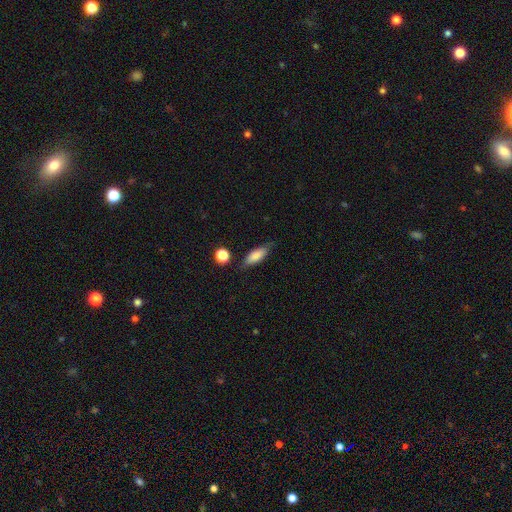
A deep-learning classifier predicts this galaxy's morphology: A smooth galaxy with no disk features (77%) that is in between round and cigar-shaped (68%).

Vote fractions:
- Smooth or featured? smooth: 77% / featured or disk: 15% / star or artifact: 7%
- How rounded? in between: 68% / cigar-shaped: 29% / round: 3%
- Merging? none: 71% / minor disturbance: 21% / major disturbance: 5% / merger: 4%